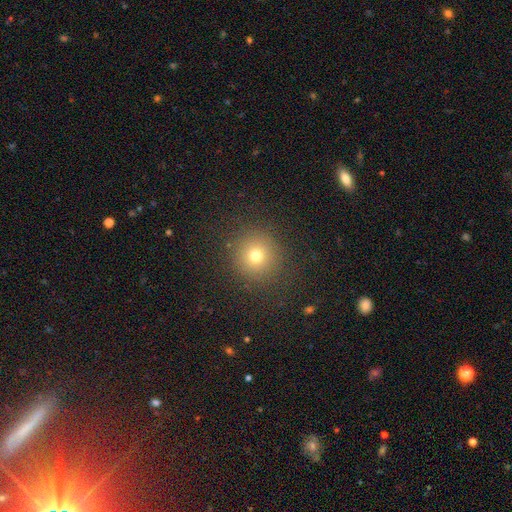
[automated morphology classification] smooth_or_featured: smooth (p=0.73) [alt: star or artifact p=0.18]
how_rounded: round (p=0.94) [alt: in between p=0.05]
merging: none (p=0.89) [alt: minor disturbance p=0.07]